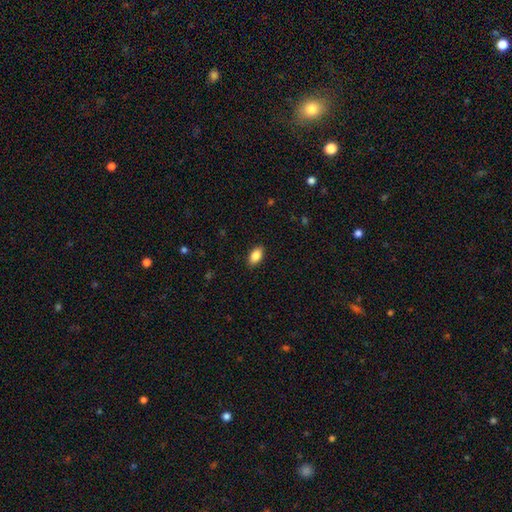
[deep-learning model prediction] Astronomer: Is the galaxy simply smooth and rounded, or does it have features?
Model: smooth — 86%.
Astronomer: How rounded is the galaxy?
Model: in between — 91%.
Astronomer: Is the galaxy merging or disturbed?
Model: none — 89%.